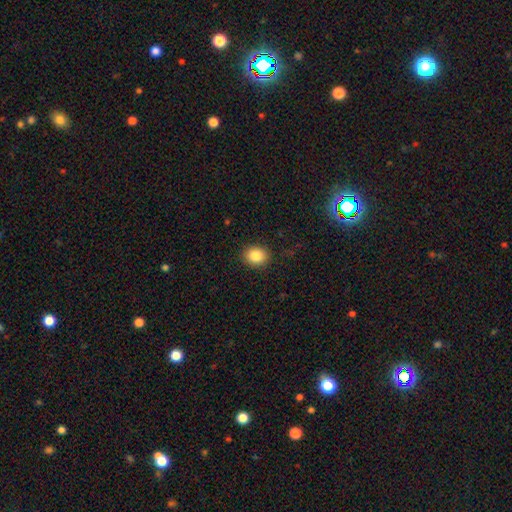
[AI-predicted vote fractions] smooth-or-featured: smooth: 85% | star or artifact: 9% | featured or disk: 6%
  how-rounded: round: 65% | in between: 34% | cigar-shaped: 1%
  merging: none: 89% | minor disturbance: 7% | major disturbance: 2% | merger: 1%